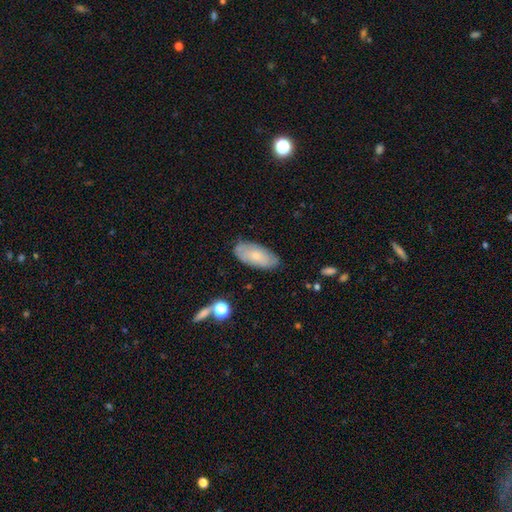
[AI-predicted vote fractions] smooth_or_featured: smooth (p=0.64) [alt: featured or disk p=0.29]
how_rounded: in between (p=0.90) [alt: cigar-shaped p=0.07]
merging: none (p=0.78) [alt: minor disturbance p=0.17]